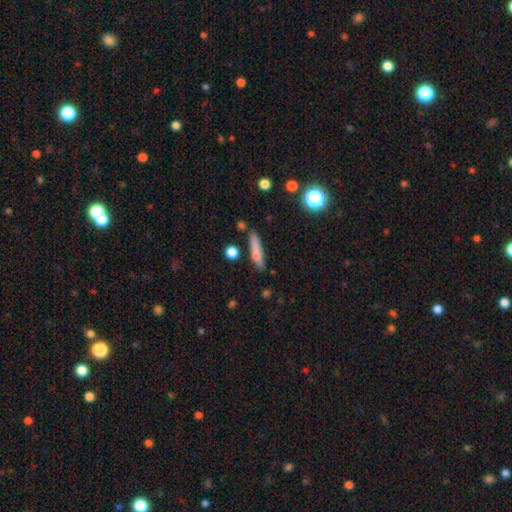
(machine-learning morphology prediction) Smooth or featured?
  - smooth: 63% *
  - featured or disk: 26%
  - star or artifact: 11%
How rounded?
  - cigar-shaped: 84% *
  - in between: 12%
  - round: 4%
Merging?
  - none: 77% *
  - minor disturbance: 15%
  - merger: 4%
  - major disturbance: 4%